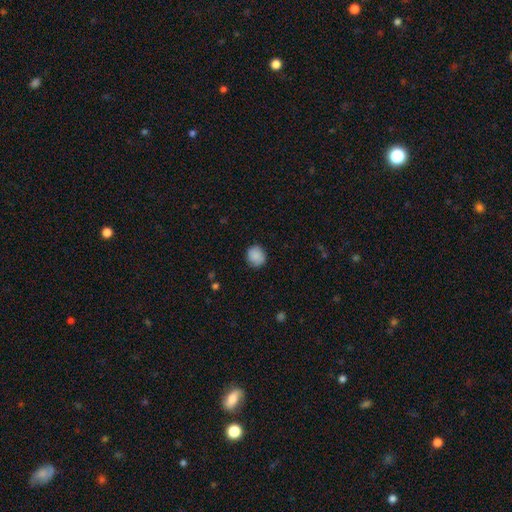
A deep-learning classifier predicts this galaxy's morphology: smooth_or_featured: smooth (p=0.88) [alt: star or artifact p=0.08]
how_rounded: round (p=0.83) [alt: in between p=0.16]
merging: none (p=0.84) [alt: minor disturbance p=0.13]